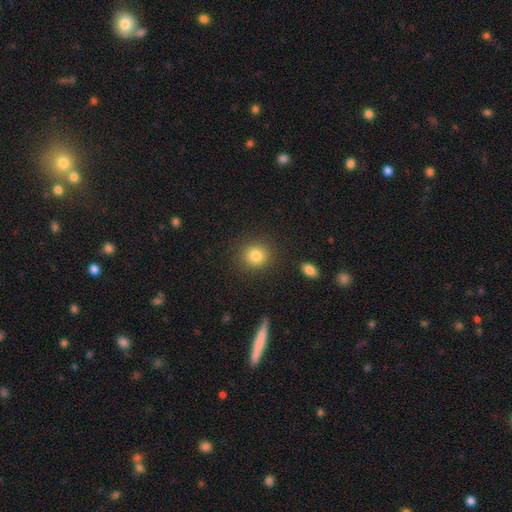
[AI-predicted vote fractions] Q: Smooth or featured?
A: smooth (83%); runner-up: star or artifact (10%)
Q: How rounded?
A: round (85%); runner-up: in between (14%)
Q: Merging?
A: none (87%); runner-up: minor disturbance (8%)